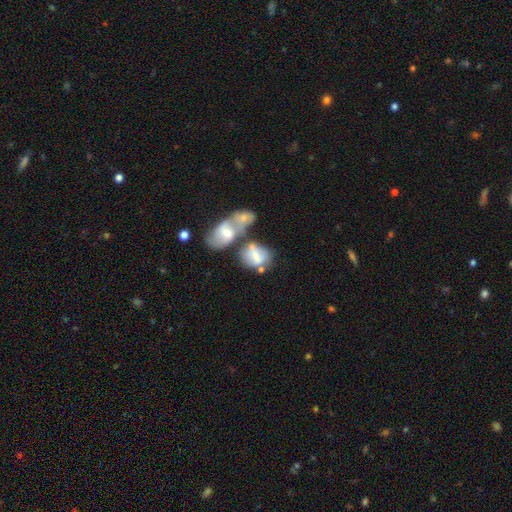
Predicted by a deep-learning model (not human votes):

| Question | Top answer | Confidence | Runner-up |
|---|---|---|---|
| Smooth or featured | smooth | 55% | featured or disk (37%) |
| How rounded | in between | 66% | round (32%) |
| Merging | merger | 52% | none (28%) |